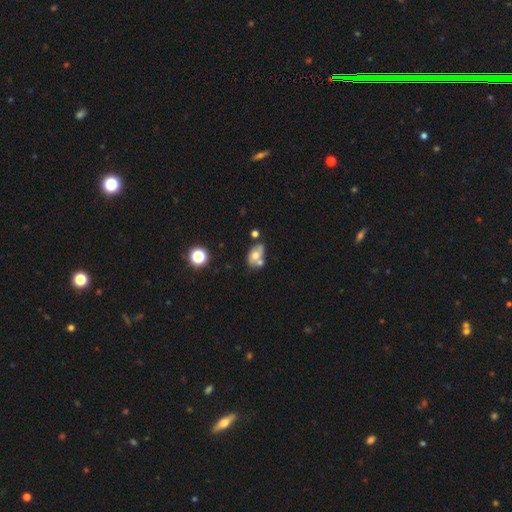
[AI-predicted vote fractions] Smooth or featured? smooth (57%)
How rounded? in between (84%)
Merging? none (41%)